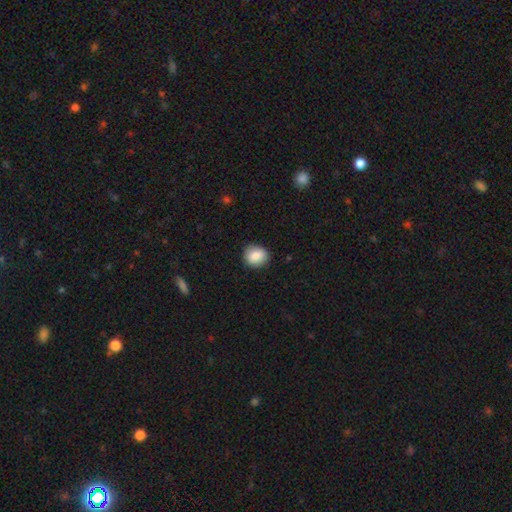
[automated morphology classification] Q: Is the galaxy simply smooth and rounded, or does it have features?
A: smooth — 86%.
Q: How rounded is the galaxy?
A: round — 72%.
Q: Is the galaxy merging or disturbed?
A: none — 85%.